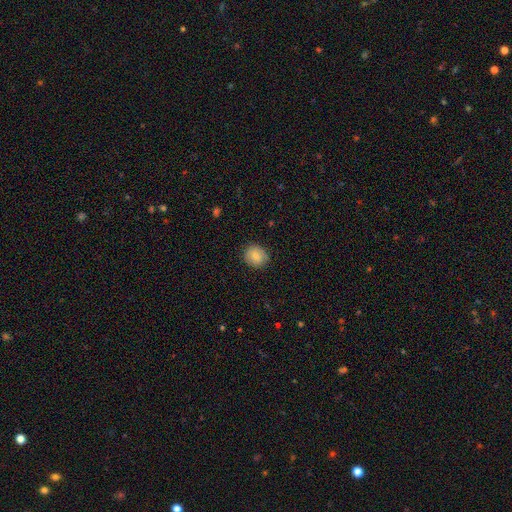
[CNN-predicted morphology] Smooth or featured? smooth (79%)
How rounded? round (78%)
Merging? none (85%)